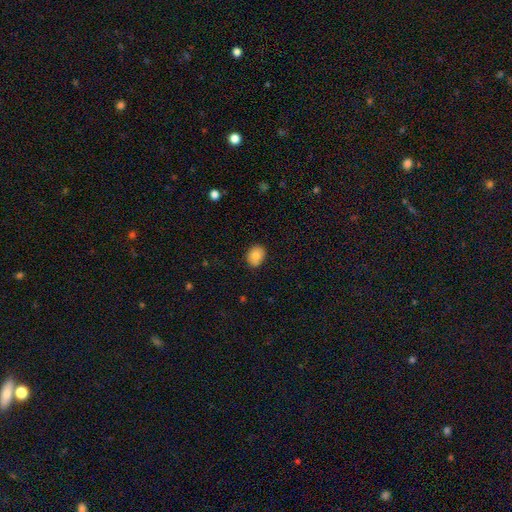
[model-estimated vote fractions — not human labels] The model was most divided on "how rounded": round: 50%, in between: 49%, cigar-shaped: 1%. More confident: merging — none (83%); smooth or featured — smooth (80%).